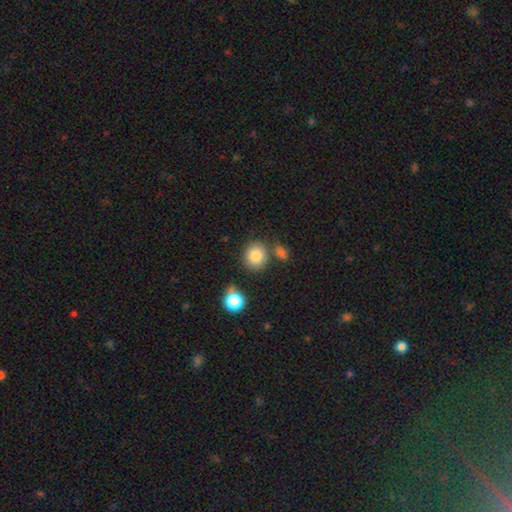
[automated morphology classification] smooth_or_featured: smooth (p=0.84) [alt: star or artifact p=0.09]
how_rounded: round (p=0.80) [alt: in between p=0.19]
merging: none (p=0.72) [alt: minor disturbance p=0.12]